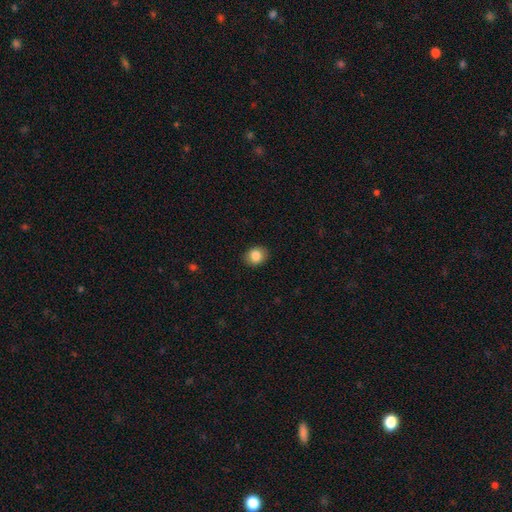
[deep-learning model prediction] This is clearly a smooth galaxy (85%). How rounded: possibly round (55%). Merging: clearly none (88%).